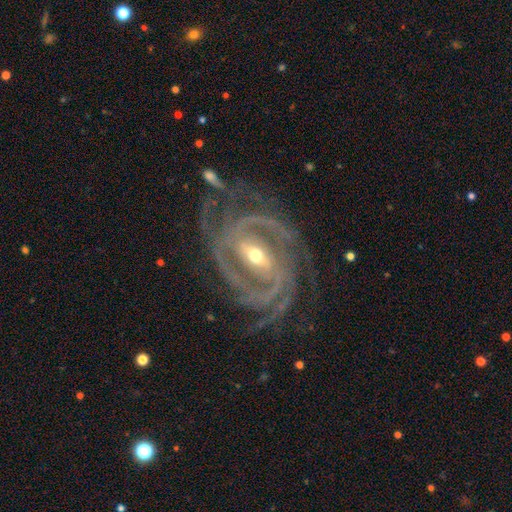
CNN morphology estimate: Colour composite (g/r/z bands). It shows a featured or disk galaxy (92%) with a strong bar (55%), 2 (35%) tight (51%) spiral arms (98%) and a moderate central bulge (55%). Merging: none (65%).